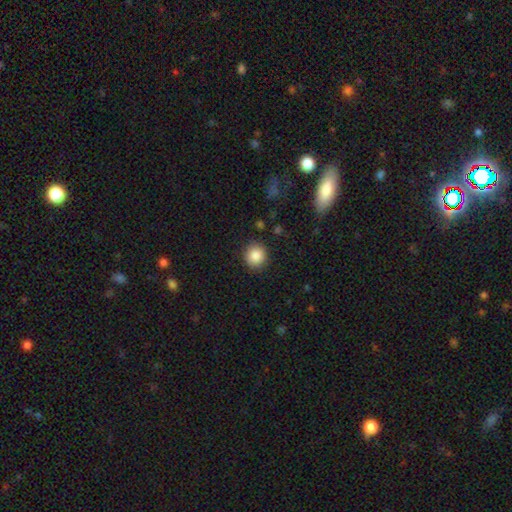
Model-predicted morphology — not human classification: Smooth or featured? smooth (86%)
How rounded? round (87%)
Merging? none (89%)